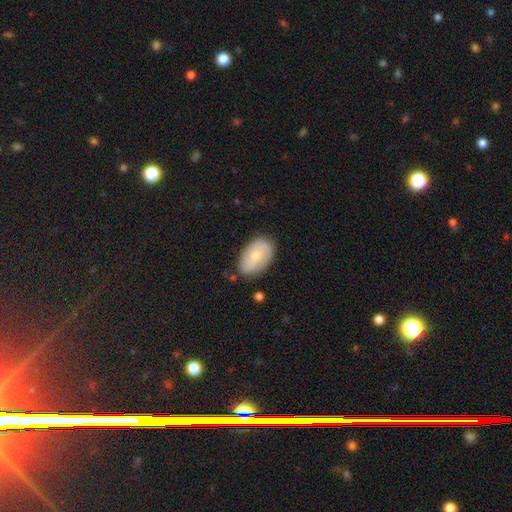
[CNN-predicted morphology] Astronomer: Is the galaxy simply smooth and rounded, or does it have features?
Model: smooth — 55% (runner-up: featured or disk, 38%).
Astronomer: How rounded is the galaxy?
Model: in between — 90%.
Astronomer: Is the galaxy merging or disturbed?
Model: none — 72%.